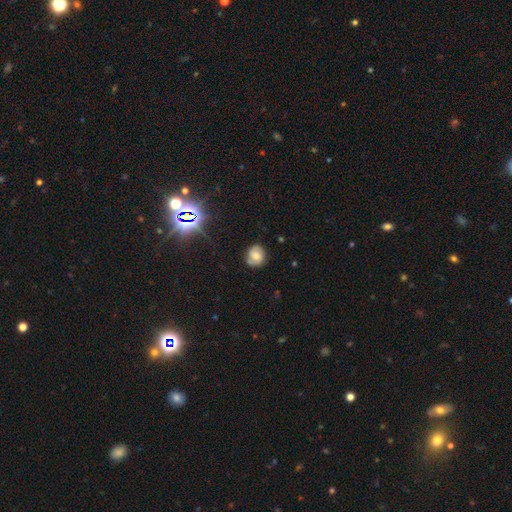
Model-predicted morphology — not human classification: smooth 50%, featured or disk 37%, star or artifact 13%. Down the decision tree: merging — none (73%).